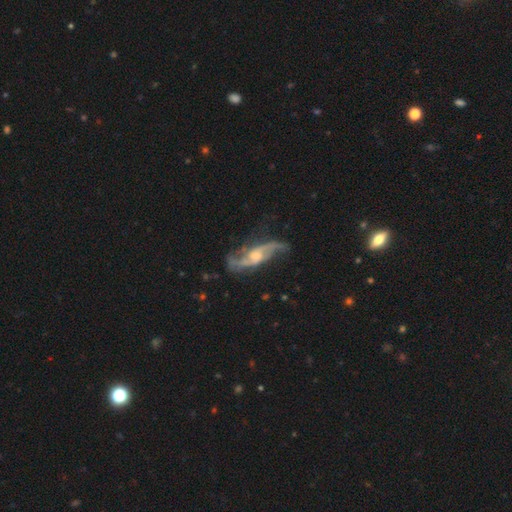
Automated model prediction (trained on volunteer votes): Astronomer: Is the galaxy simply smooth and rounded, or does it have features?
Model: featured or disk — 86%.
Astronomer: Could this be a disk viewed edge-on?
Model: no — 87%.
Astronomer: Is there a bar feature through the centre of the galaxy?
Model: no — 49% (runner-up: weak, 40%).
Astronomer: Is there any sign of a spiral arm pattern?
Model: yes — 95%.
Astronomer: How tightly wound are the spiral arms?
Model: loose — 61%.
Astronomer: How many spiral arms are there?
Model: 2 — 84%.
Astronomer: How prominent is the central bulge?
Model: moderate — 51% (runner-up: small, 29%).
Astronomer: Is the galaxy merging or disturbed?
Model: none — 66%.